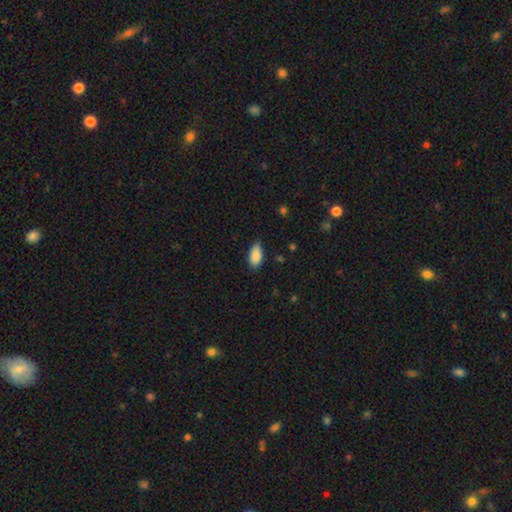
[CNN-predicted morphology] Smooth or featured?
  - smooth: 88% *
  - star or artifact: 7%
  - featured or disk: 5%
How rounded?
  - in between: 93% *
  - cigar-shaped: 4%
  - round: 3%
Merging?
  - none: 70% *
  - minor disturbance: 25%
  - major disturbance: 3%
  - merger: 1%